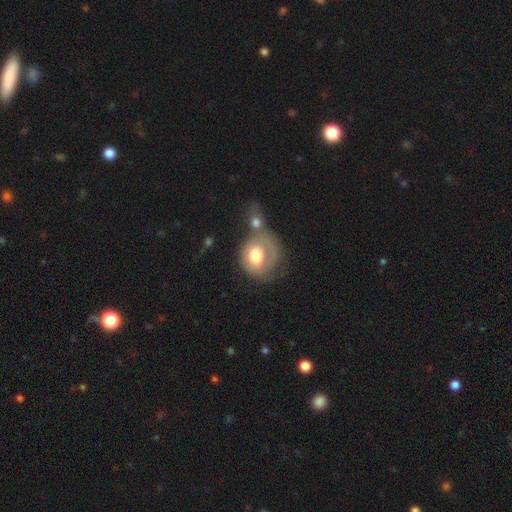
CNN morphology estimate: Smooth or featured?
  - smooth: 55% *
  - featured or disk: 38%
  - star or artifact: 7%
How rounded?
  - round: 66% *
  - in between: 33%
  - cigar-shaped: 1%
Merging?
  - merger: 40% *
  - none: 25%
  - major disturbance: 19%
  - minor disturbance: 16%